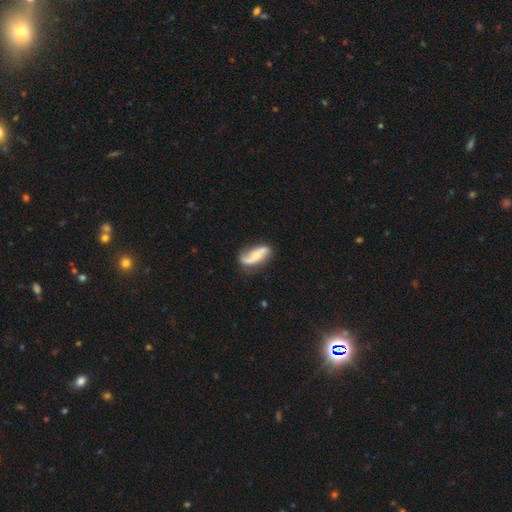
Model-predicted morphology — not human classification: Smooth or featured: featured or disk — 71% (smooth — 23%)
Edge-on disk: no — 91% (yes — 9%)
Bar: no — 50% (weak — 30%)
Spiral arms: yes — 90% (no — 10%)
Spiral winding: loose — 75% (medium — 18%)
Spiral arm count: 2 — 87% (1 — 6%)
Bulge size: small — 49% (moderate — 36%)
Merging: none — 65% (minor disturbance — 22%)